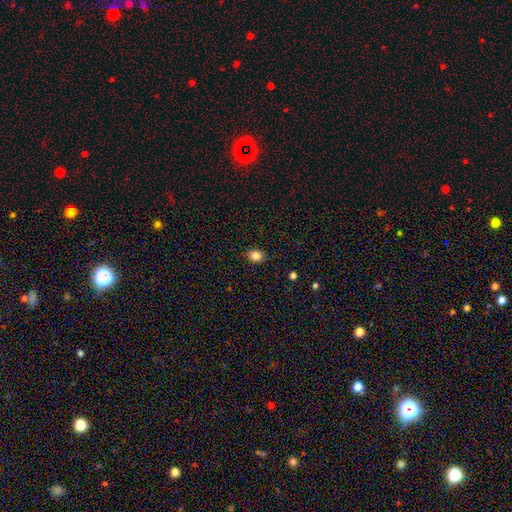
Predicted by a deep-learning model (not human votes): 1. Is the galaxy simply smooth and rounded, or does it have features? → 84% smooth, 11% star or artifact, 5% featured or disk.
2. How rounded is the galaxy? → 62% round, 37% in between, 1% cigar-shaped.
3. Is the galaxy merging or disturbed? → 89% none, 8% minor disturbance, 2% major disturbance, 1% merger.